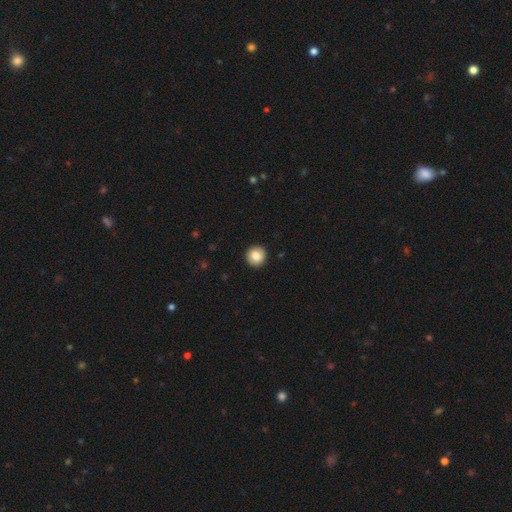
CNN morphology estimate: smooth 84%, star or artifact 8%, featured or disk 8%. Down the decision tree: how rounded — round (94%); merging — none (93%).